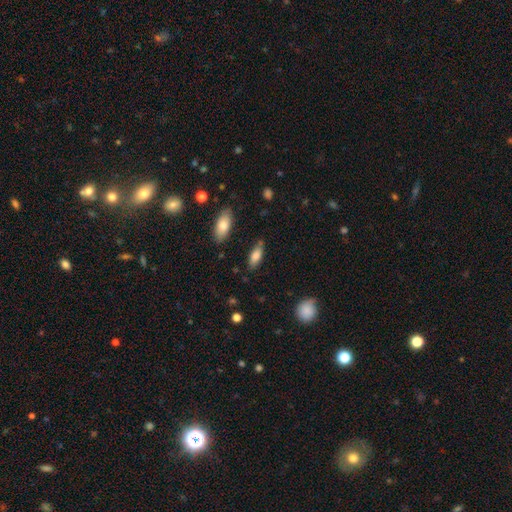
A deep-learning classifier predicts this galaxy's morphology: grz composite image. It shows a smooth galaxy with no disk features (79%) that is in between round and cigar-shaped (76%). Merging: none (77%).